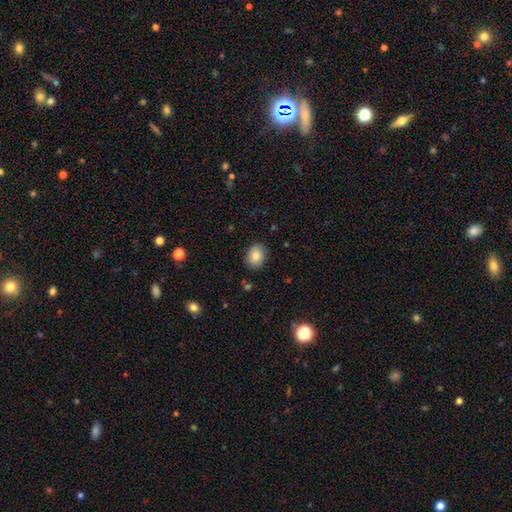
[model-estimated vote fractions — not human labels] smooth 85%, star or artifact 8%, featured or disk 7%. Down the decision tree: how rounded — in between (55%); merging — none (87%).